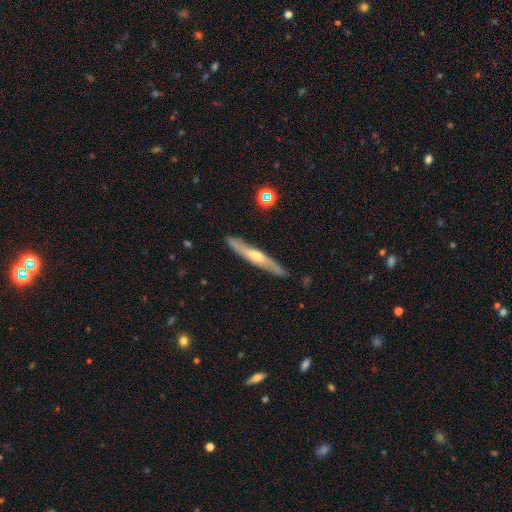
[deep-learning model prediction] Smooth or featured: featured or disk — 62% (smooth — 32%)
Edge-on disk: yes — 86% (no — 14%)
Edge-on bulge: rounded — 73% (none — 19%)
Merging: none — 86% (minor disturbance — 10%)